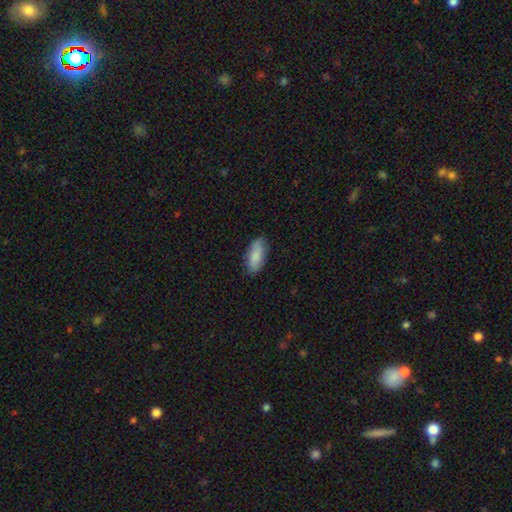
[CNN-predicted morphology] Smooth or featured: smooth — 84% (featured or disk — 11%)
How rounded: in between — 84% (cigar-shaped — 14%)
Merging: none — 83% (minor disturbance — 14%)